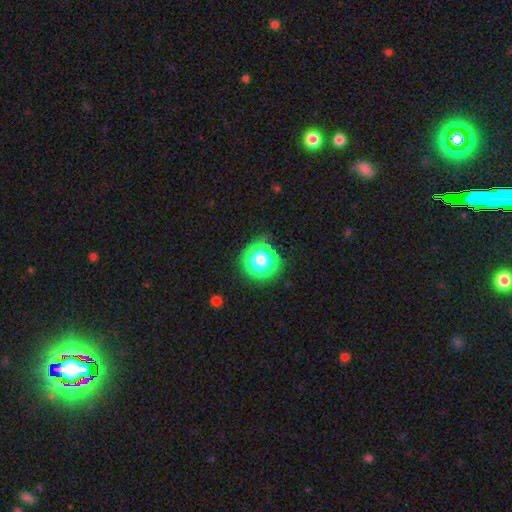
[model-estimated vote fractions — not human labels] smooth_or_featured: star or artifact (p=0.62) [alt: smooth p=0.33]